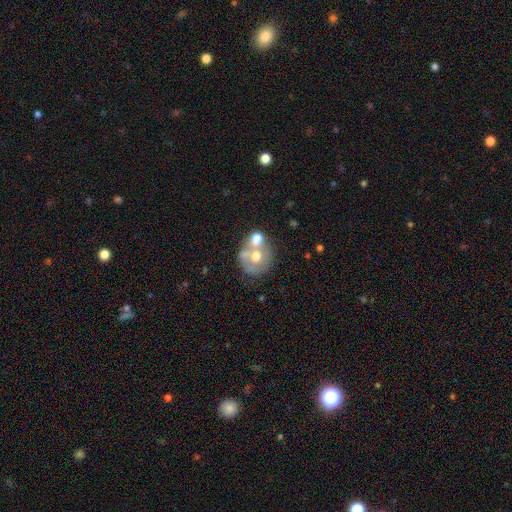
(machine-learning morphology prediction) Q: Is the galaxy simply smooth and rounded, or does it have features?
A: featured or disk — 46%.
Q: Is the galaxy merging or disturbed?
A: merger — 42%.